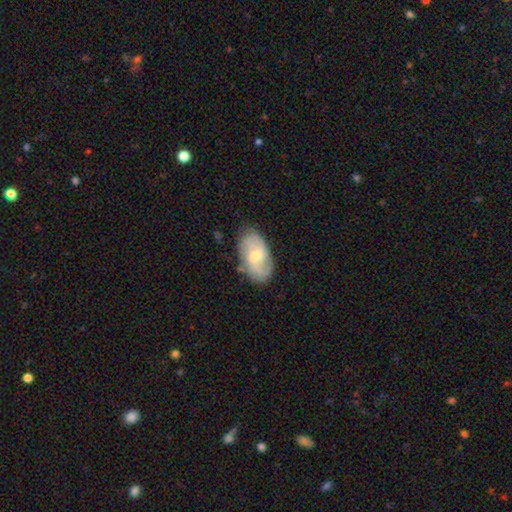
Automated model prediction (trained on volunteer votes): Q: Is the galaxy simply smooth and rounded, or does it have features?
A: featured or disk — 64%.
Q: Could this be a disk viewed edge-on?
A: no — 96%.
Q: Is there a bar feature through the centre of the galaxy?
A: weak — 53%.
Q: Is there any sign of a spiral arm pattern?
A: yes — 87%.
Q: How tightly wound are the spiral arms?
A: medium — 45%.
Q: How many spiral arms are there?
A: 2 — 66%.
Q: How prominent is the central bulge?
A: small — 50%.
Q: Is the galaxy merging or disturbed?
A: none — 73%.